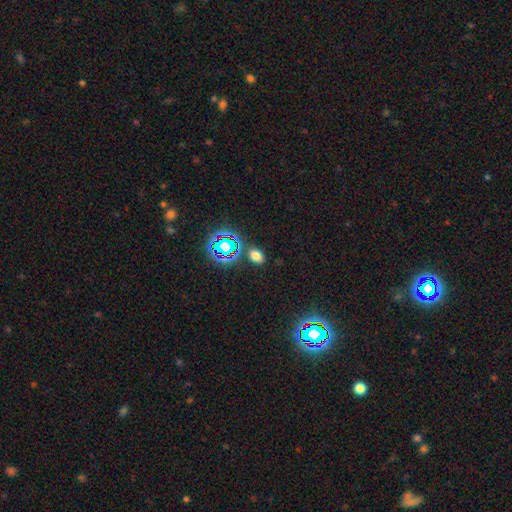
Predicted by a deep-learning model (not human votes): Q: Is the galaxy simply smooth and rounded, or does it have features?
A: smooth — 66%.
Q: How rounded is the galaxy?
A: in between — 81%.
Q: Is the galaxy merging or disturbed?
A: none — 82%.